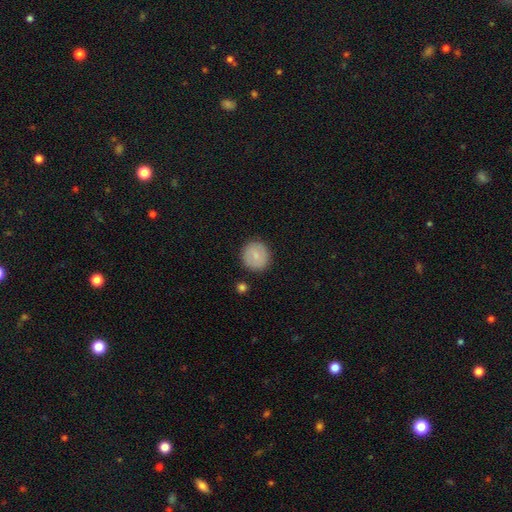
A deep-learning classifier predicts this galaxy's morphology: The model was most divided on "smooth or featured": smooth: 78%, featured or disk: 15%, star or artifact: 6%. More confident: how rounded — round (91%); merging — none (87%).